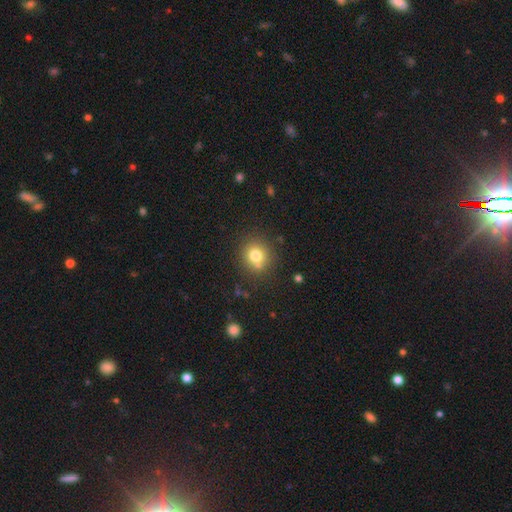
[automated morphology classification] This is likely a smooth galaxy (77%). How rounded: clearly round (86%). Merging: likely none (74%).